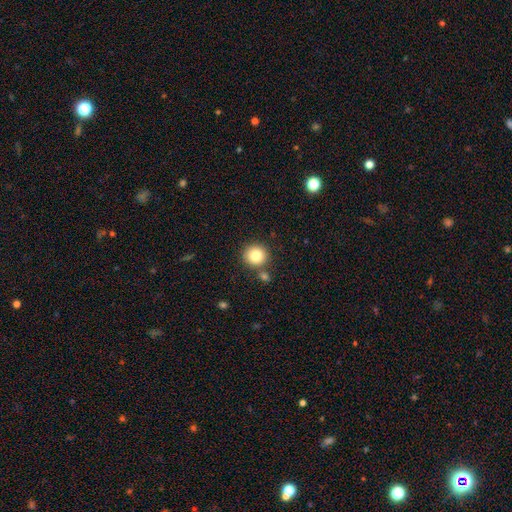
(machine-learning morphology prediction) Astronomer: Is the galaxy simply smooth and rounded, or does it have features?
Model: smooth — 83%.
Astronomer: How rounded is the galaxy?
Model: round — 92%.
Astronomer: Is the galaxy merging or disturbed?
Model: none — 77%.